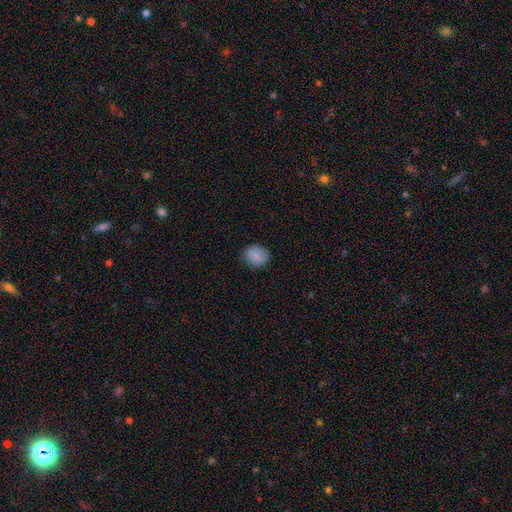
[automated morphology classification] This appears to be a smooth galaxy with no disk features (84%) that is round (68%). Merging: none (82%).